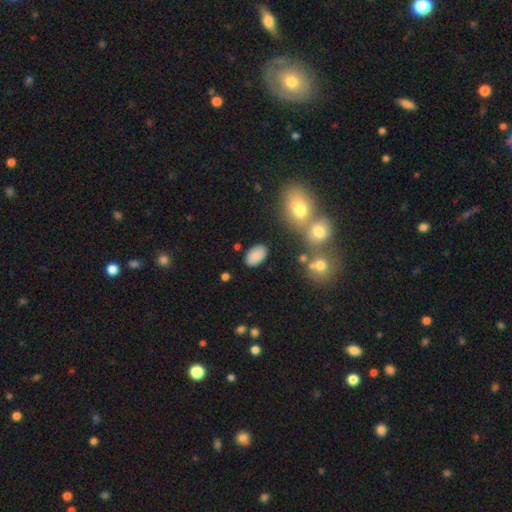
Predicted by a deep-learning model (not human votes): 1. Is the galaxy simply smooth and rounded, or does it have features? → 84% smooth, 9% star or artifact, 7% featured or disk.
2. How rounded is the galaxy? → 93% in between, 6% round, 1% cigar-shaped.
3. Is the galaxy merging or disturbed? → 85% none, 10% minor disturbance, 3% major disturbance, 3% merger.